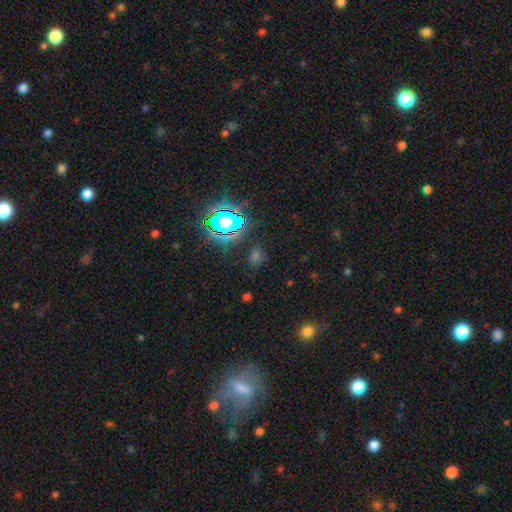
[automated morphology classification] This is possibly a star or artifact rather than a galaxy (55%).